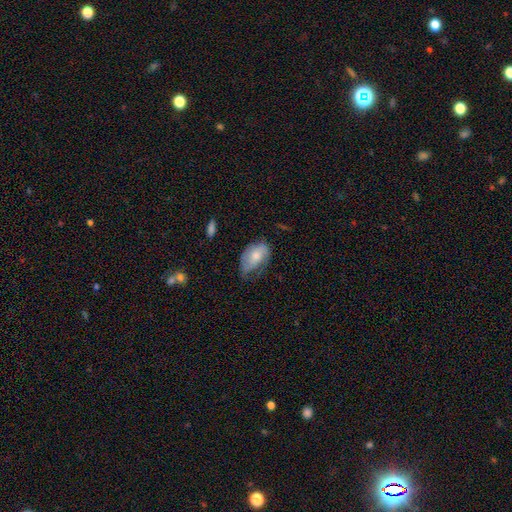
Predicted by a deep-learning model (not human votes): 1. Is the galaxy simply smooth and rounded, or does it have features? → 63% smooth, 31% featured or disk, 6% star or artifact.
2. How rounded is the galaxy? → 90% in between, 8% round, 2% cigar-shaped.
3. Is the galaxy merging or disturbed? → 40% minor disturbance, 39% none, 20% major disturbance, 2% merger.